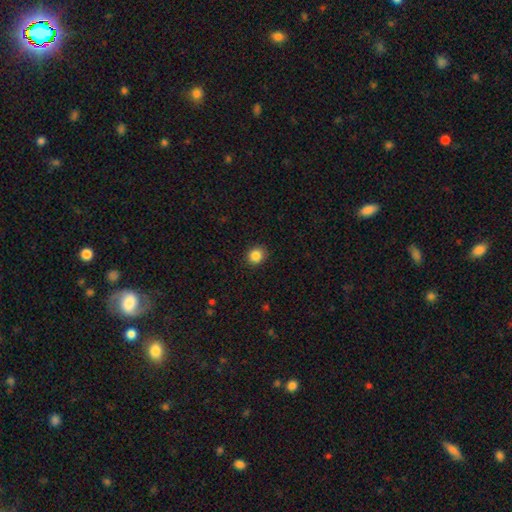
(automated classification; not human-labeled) Q: Smooth or featured?
A: smooth (86%); runner-up: star or artifact (10%)
Q: How rounded?
A: round (76%); runner-up: in between (23%)
Q: Merging?
A: none (90%); runner-up: minor disturbance (7%)